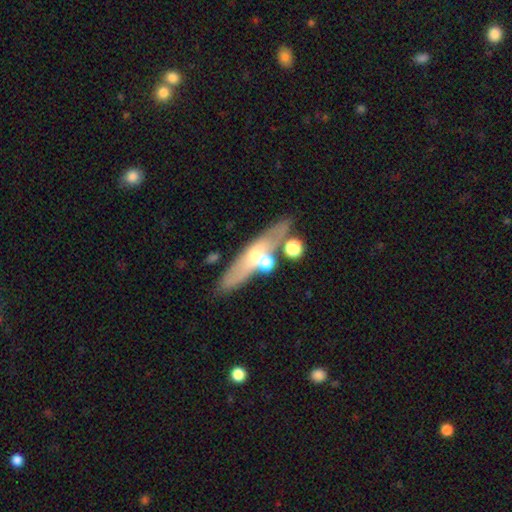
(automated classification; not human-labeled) A featured or disk galaxy (53%) viewed edge-on (61%). Merging: none (68%).